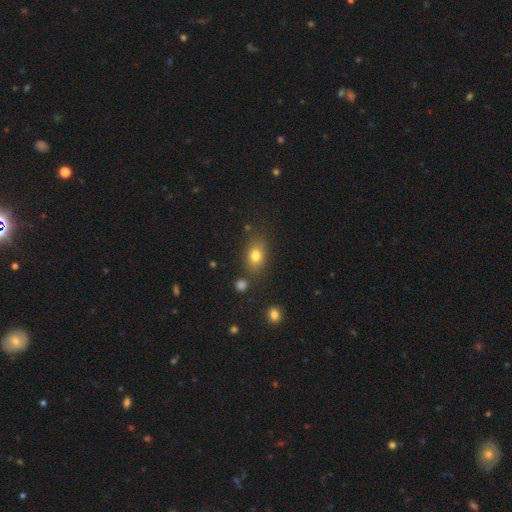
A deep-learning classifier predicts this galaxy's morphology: This is likely a smooth galaxy (78%). How rounded: likely in between (73%). Merging: likely none (76%).